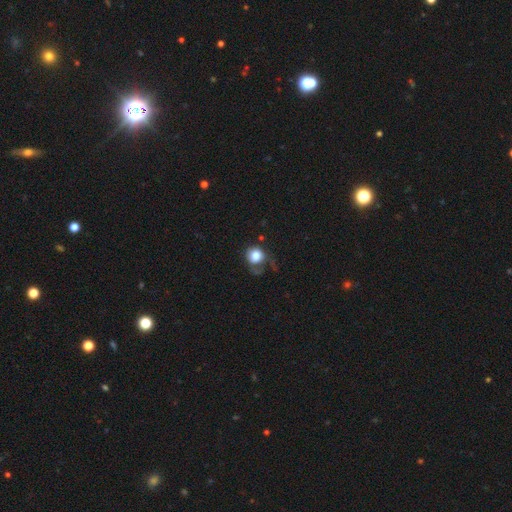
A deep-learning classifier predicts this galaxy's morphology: Overall: smooth (79%). How rounded: round (82%). Merging: none (42%; major disturbance 29%).